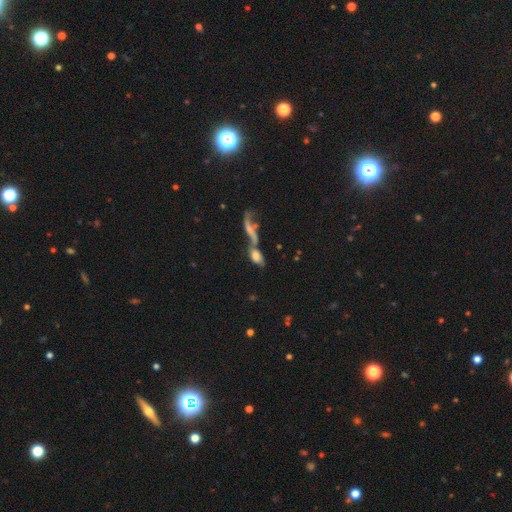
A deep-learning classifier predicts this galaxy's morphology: A smooth galaxy with no disk features (62%) that is in between round and cigar-shaped (76%).

Vote fractions:
- Smooth or featured? smooth: 62% / featured or disk: 28% / star or artifact: 11%
- How rounded? in between: 76% / cigar-shaped: 17% / round: 7%
- Merging? merger: 61% / none: 21% / major disturbance: 9% / minor disturbance: 9%